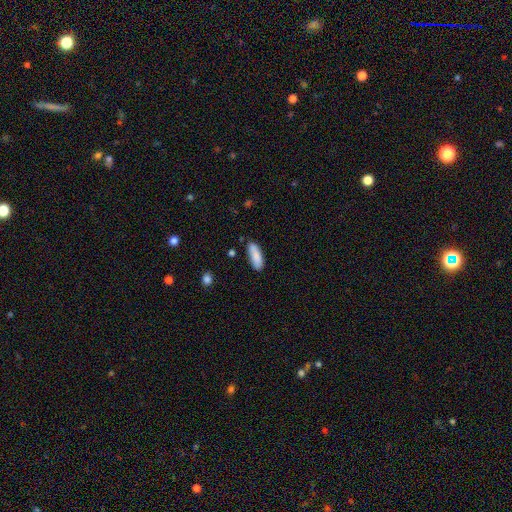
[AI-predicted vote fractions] Q: Smooth or featured?
A: smooth (85%); runner-up: featured or disk (8%)
Q: How rounded?
A: in between (69%); runner-up: cigar-shaped (30%)
Q: Merging?
A: none (75%); runner-up: minor disturbance (16%)